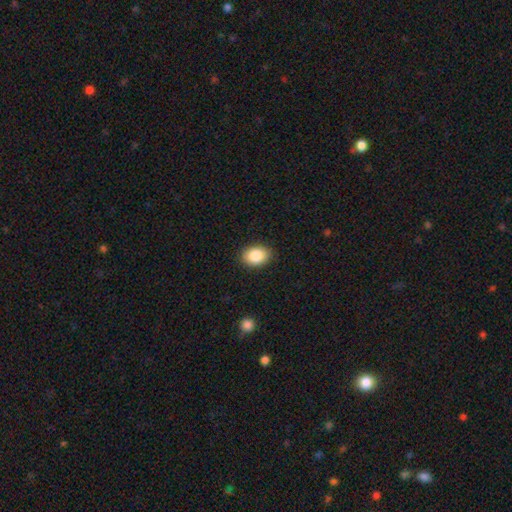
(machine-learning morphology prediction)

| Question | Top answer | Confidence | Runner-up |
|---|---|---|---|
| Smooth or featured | smooth | 87% | star or artifact (8%) |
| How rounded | in between | 77% | round (22%) |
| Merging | none | 88% | minor disturbance (9%) |